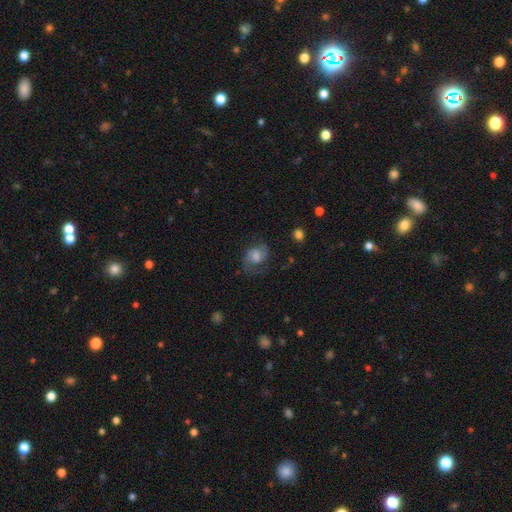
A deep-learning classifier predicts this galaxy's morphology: Smooth or featured: featured or disk — 61% (smooth — 28%)
Edge-on disk: no — 97% (yes — 3%)
Bar: no — 49% (weak — 42%)
Spiral arms: yes — 90% (no — 10%)
Spiral winding: medium — 50% (loose — 32%)
Spiral arm count: 2 — 79% (1 — 10%)
Bulge size: moderate — 37% (large — 26%)
Merging: none — 61% (minor disturbance — 20%)